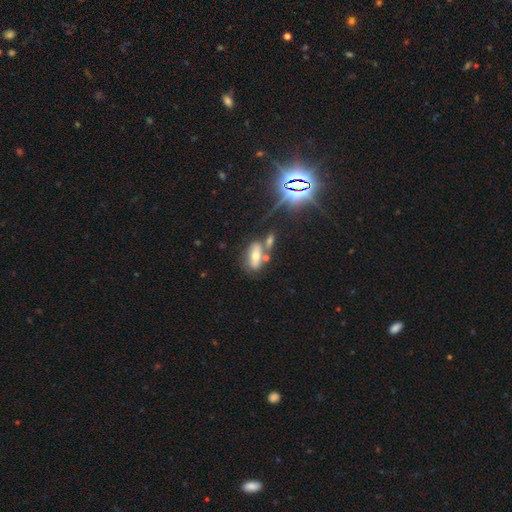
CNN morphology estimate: This appears to be a smooth galaxy with no disk features (49%). Merging: none (52%).